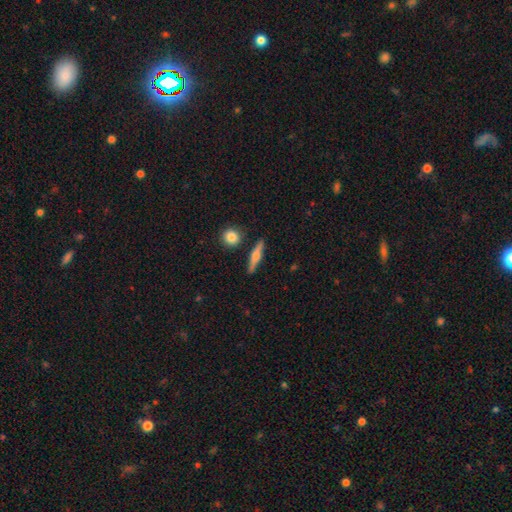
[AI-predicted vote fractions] Smooth or featured? Predicted: featured or disk (p=0.55). Edge-on disk? Predicted: yes (p=0.96). Edge-on bulge? Predicted: rounded (p=0.84). Merging? Predicted: none (p=0.87).